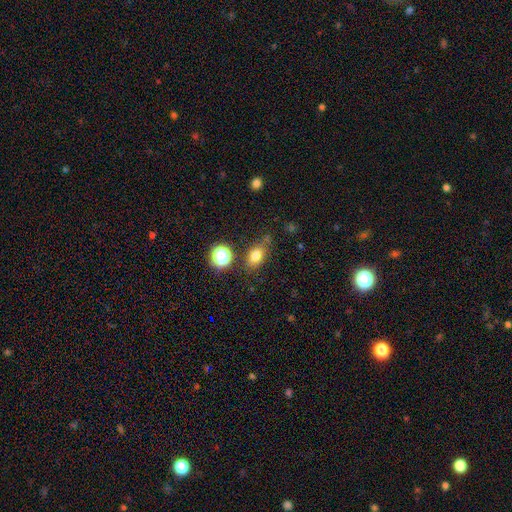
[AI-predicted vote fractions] A smooth galaxy with no disk features (76%) that is in between round and cigar-shaped (75%). Merging: none (74%).